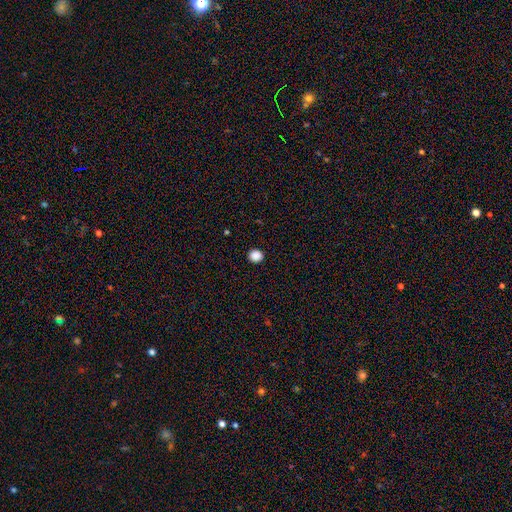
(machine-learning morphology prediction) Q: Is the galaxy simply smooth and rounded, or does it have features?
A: smooth — 88%.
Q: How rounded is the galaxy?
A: round — 85%.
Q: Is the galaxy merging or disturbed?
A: none — 93%.